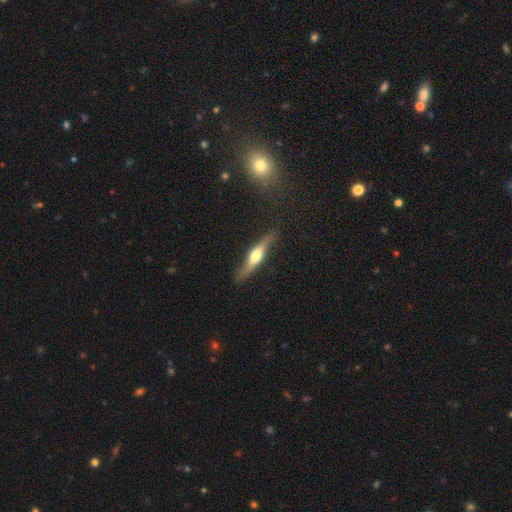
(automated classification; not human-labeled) Q: Smooth or featured?
A: featured or disk (62%); runner-up: smooth (32%)
Q: Edge-on disk?
A: yes (92%); runner-up: no (8%)
Q: Edge-on bulge?
A: rounded (89%); runner-up: boxy (7%)
Q: Merging?
A: none (83%); runner-up: minor disturbance (13%)